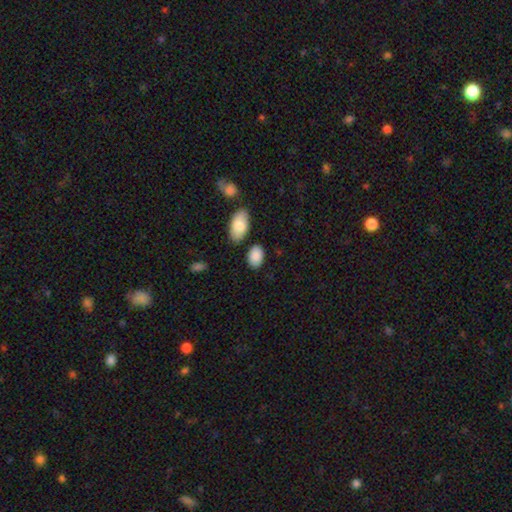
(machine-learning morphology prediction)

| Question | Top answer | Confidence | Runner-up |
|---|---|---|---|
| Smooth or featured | smooth | 88% | star or artifact (7%) |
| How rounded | in between | 87% | round (11%) |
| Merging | none | 79% | minor disturbance (13%) |